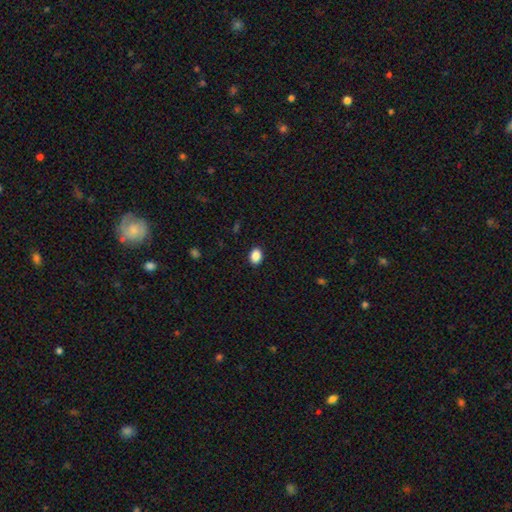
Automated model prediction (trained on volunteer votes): The model was most divided on "how rounded": in between: 62%, round: 37%, cigar-shaped: 1%. More confident: merging — none (91%); smooth or featured — smooth (88%).